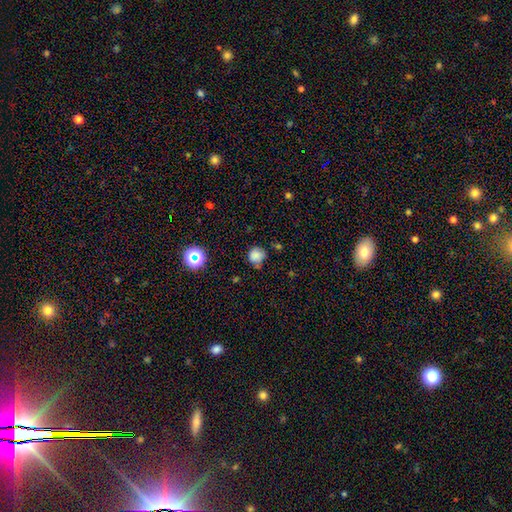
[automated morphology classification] smooth 79%, star or artifact 14%, featured or disk 7%. Down the decision tree: how rounded — round (85%); merging — none (60%).